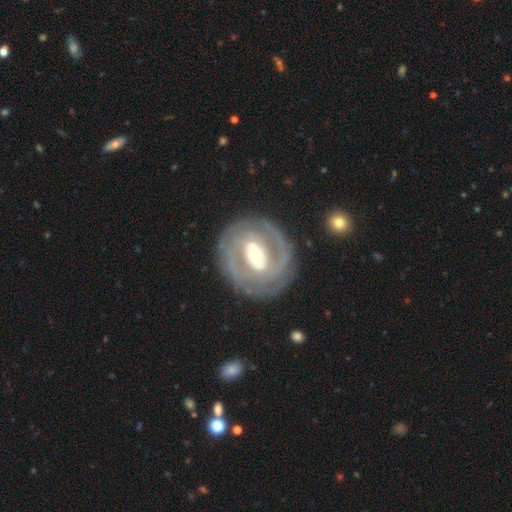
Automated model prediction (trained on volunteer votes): This is clearly a featured or disk galaxy (83%). It is clearly not viewed edge-on (96%). Bar: marginally weak (37%). Spiral arm pattern: clearly yes (84%). Spiral arm count: possibly 2 (57%). Spiral winding: likely tight (63%). Central bulge: possibly moderate (58%). Merging: clearly none (81%).